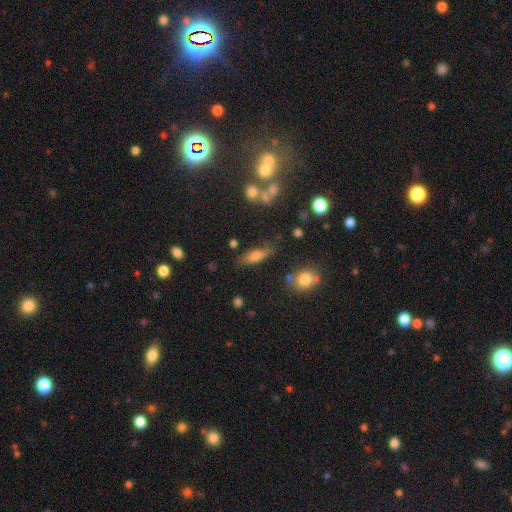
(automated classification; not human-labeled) Smooth or featured? Predicted: smooth (p=0.65). How rounded? Predicted: in between (p=0.60). Merging? Predicted: none (p=0.70).